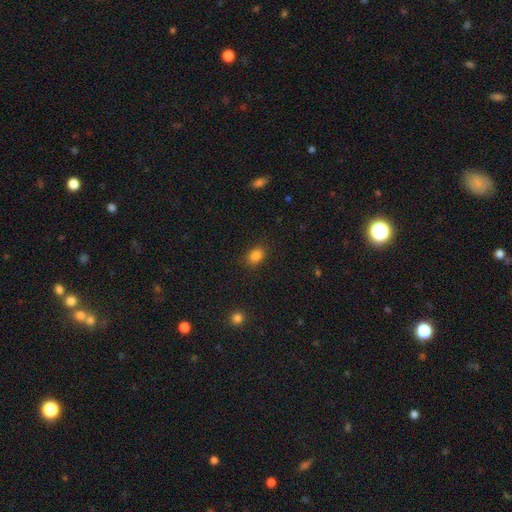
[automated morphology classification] A smooth galaxy with no disk features (84%) that is in between round and cigar-shaped (68%).

Vote fractions:
- Smooth or featured? smooth: 84% / star or artifact: 11% / featured or disk: 5%
- How rounded? in between: 68% / round: 31% / cigar-shaped: 1%
- Merging? none: 84% / minor disturbance: 12% / major disturbance: 3% / merger: 1%